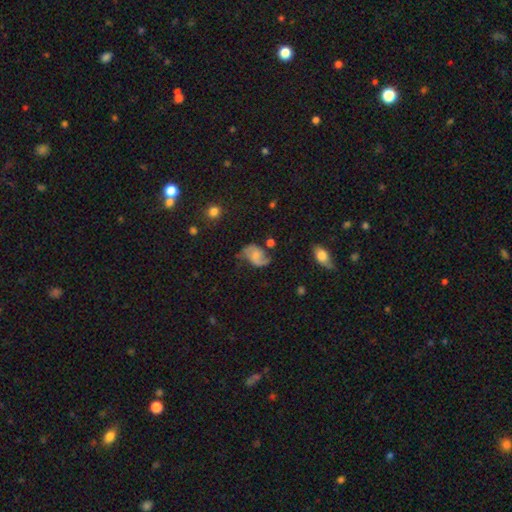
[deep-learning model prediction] A featured or disk galaxy (70%) with no bar (54%), 2 (88%) loose (54%) spiral arms (91%) and a small central bulge (42%).

Vote fractions:
- Smooth or featured? featured or disk: 70% / smooth: 22% / star or artifact: 8%
- Edge-on disk? no: 98% / yes: 2%
- Bar? no: 54% / weak: 37% / strong: 9%
- Spiral arms? yes: 91% / no: 9%
- Spiral winding? loose: 54% / medium: 36% / tight: 11%
- Spiral arm count? 2: 88% / can't tell: 5% / 1: 4% / 3: 1% / 4: 1% / more than 4: 1%
- Bulge size? small: 42% / none: 29% / moderate: 24% / large: 4% / dominant: 2%
- Merging? none: 52% / minor disturbance: 27% / major disturbance: 16% / merger: 5%